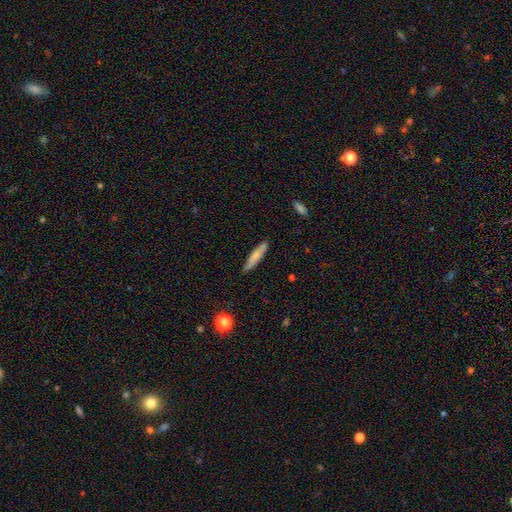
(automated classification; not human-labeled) A smooth galaxy with no disk features (69%) that is cigar-shaped (84%). Merging: none (85%).